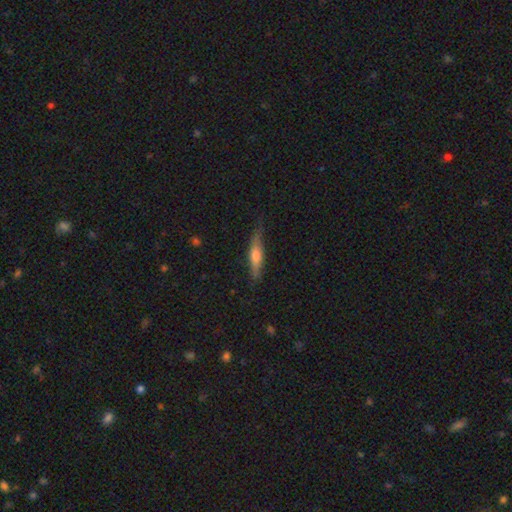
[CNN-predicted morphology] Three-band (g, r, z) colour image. It shows a smooth galaxy with no disk features (53%) that is cigar-shaped (78%). Merging: none (72%).